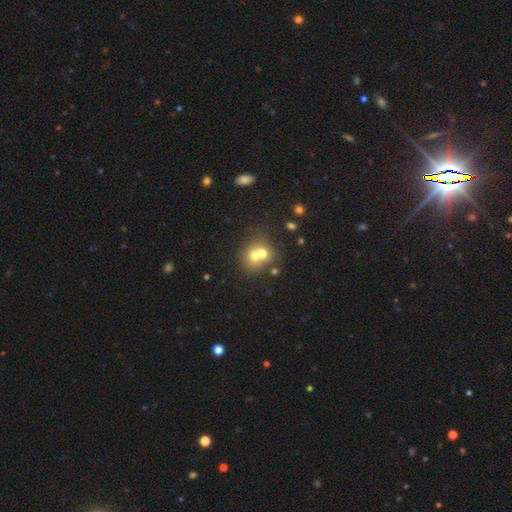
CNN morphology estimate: A smooth galaxy with no disk features (64%) that is round (75%).

Vote fractions:
- Smooth or featured? smooth: 64% / featured or disk: 23% / star or artifact: 13%
- How rounded? round: 75% / in between: 24% / cigar-shaped: 1%
- Merging? merger: 61% / none: 30% / minor disturbance: 6% / major disturbance: 3%